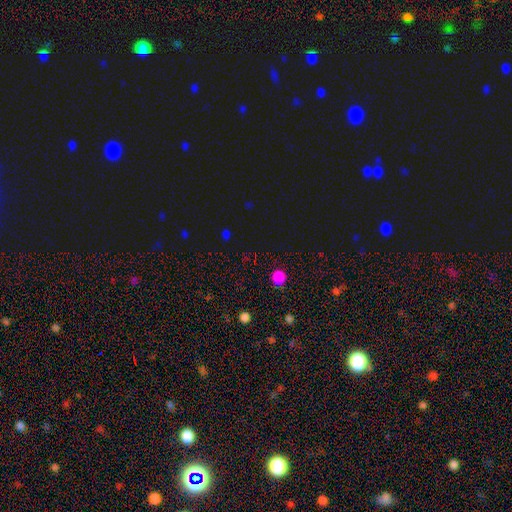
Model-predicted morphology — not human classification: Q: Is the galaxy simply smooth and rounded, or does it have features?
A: smooth — 52%.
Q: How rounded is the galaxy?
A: round — 90%.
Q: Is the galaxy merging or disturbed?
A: none — 87%.